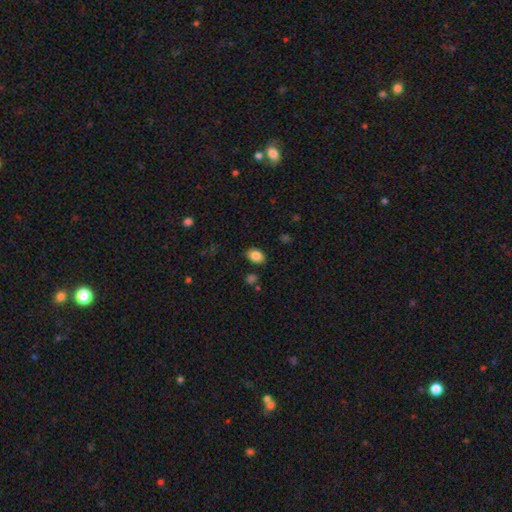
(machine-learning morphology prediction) A smooth galaxy with no disk features (85%) that is in between round and cigar-shaped (82%).

Vote fractions:
- Smooth or featured? smooth: 85% / star or artifact: 8% / featured or disk: 6%
- How rounded? in between: 82% / round: 17% / cigar-shaped: 1%
- Merging? none: 84% / minor disturbance: 11% / major disturbance: 3% / merger: 2%